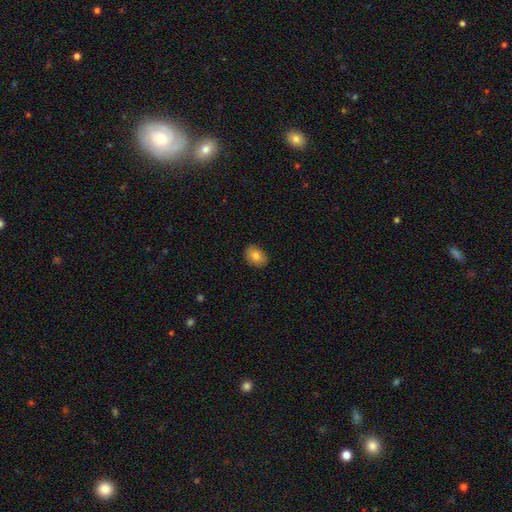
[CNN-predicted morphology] Smooth or featured? Predicted: smooth (p=0.82). How rounded? Predicted: in between (p=0.74). Merging? Predicted: none (p=0.88).